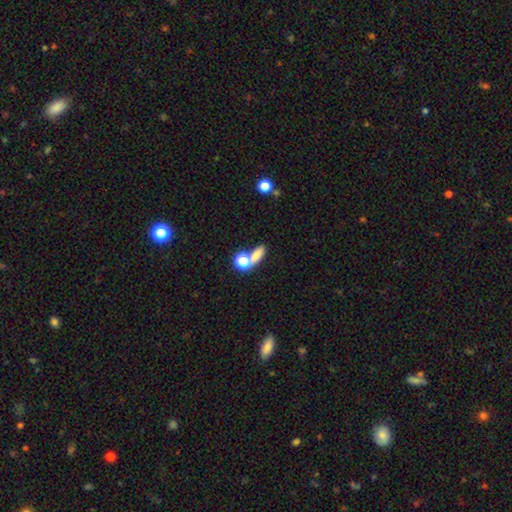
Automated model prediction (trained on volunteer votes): The model was most divided on "merging": none: 45%, merger: 38%, minor disturbance: 10%, major disturbance: 7%. More confident: smooth or featured — smooth (70%); how rounded — in between (56%).